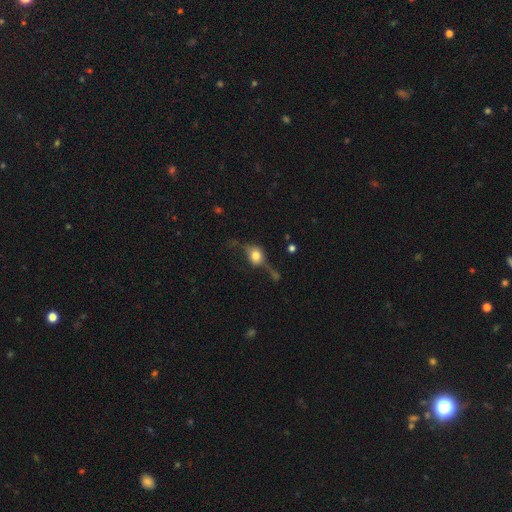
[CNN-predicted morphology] A smooth galaxy with no disk features (47%).

Vote fractions:
- Smooth or featured? smooth: 47% / featured or disk: 42% / star or artifact: 11%
- Merging? none: 48% / major disturbance: 23% / minor disturbance: 22% / merger: 7%